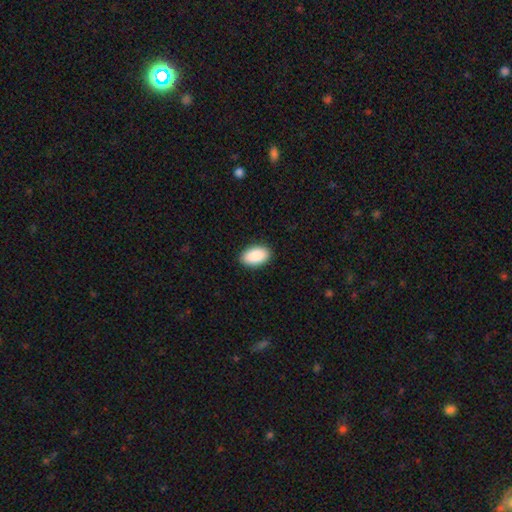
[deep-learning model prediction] smooth_or_featured: smooth (p=0.91) [alt: star or artifact p=0.06]
how_rounded: in between (p=0.95) [alt: round p=0.04]
merging: none (p=0.89) [alt: minor disturbance p=0.08]